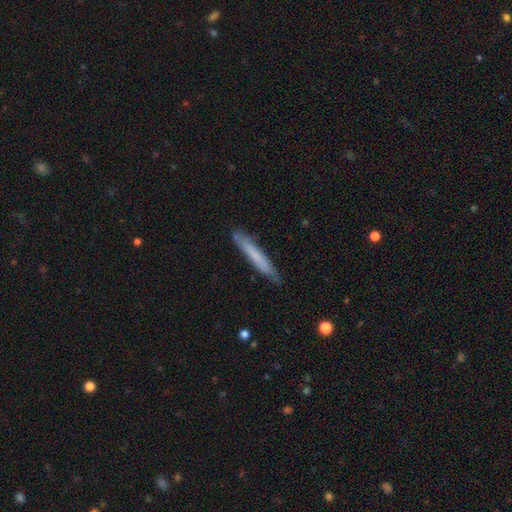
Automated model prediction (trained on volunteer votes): Smooth or featured? Predicted: smooth (p=0.62). How rounded? Predicted: cigar-shaped (p=0.95). Merging? Predicted: none (p=0.84).